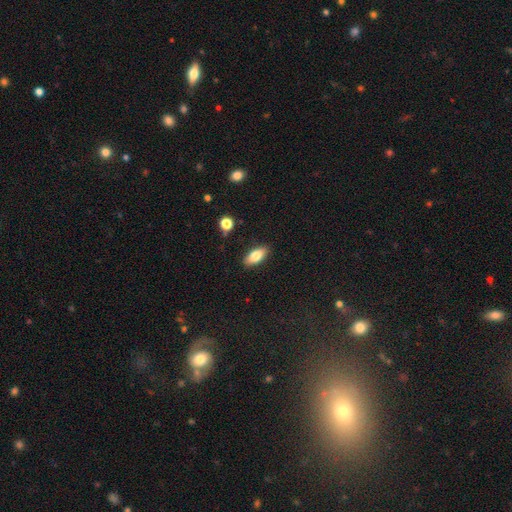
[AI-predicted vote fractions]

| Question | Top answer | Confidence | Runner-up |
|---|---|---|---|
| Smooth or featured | smooth | 78% | featured or disk (15%) |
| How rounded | in between | 84% | cigar-shaped (13%) |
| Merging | none | 87% | minor disturbance (9%) |